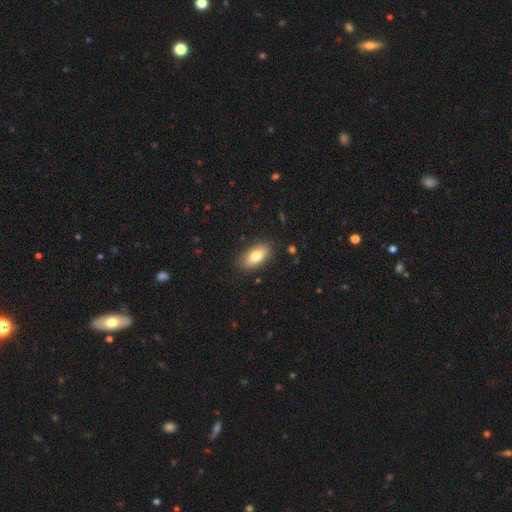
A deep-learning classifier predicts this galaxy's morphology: Q: Smooth or featured?
A: smooth (75%); runner-up: featured or disk (18%)
Q: How rounded?
A: in between (87%); runner-up: cigar-shaped (9%)
Q: Merging?
A: none (86%); runner-up: minor disturbance (10%)